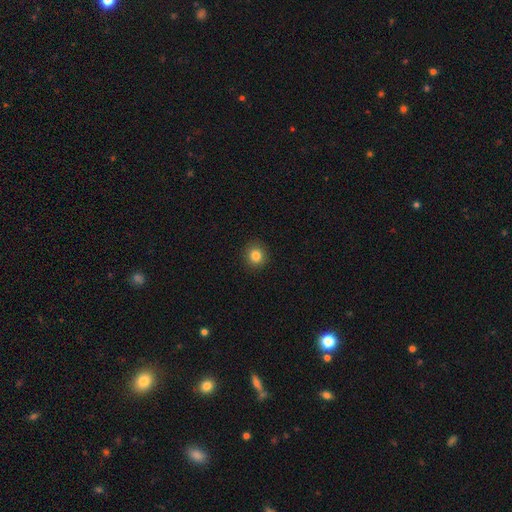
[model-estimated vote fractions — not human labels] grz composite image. It shows a smooth galaxy with no disk features (84%) that is round (89%). Merging: none (92%).